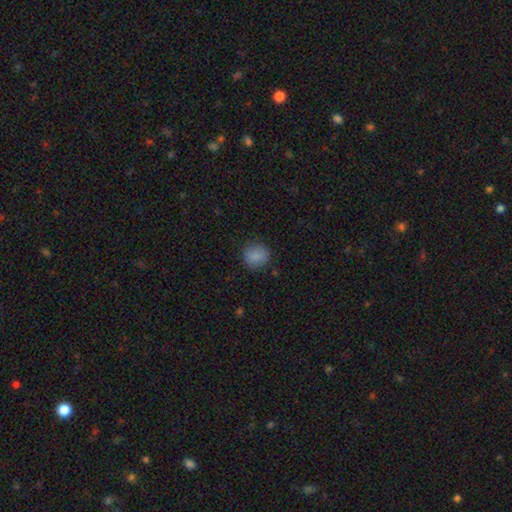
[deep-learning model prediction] Smooth or featured? Predicted: smooth (p=0.85). How rounded? Predicted: round (p=0.85). Merging? Predicted: none (p=0.83).